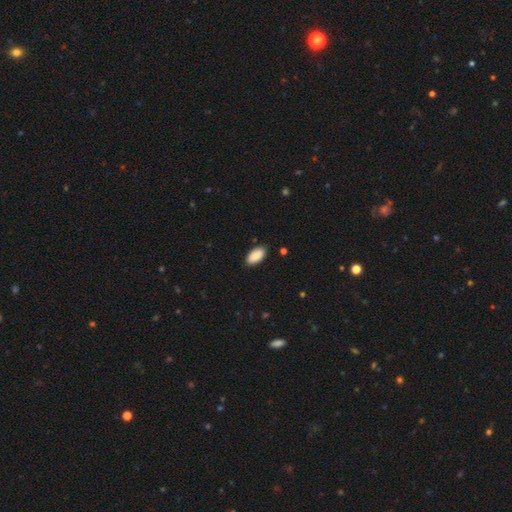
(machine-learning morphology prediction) A smooth galaxy with no disk features (88%) that is in between round and cigar-shaped (95%).

Vote fractions:
- Smooth or featured? smooth: 88% / star or artifact: 6% / featured or disk: 5%
- How rounded? in between: 95% / cigar-shaped: 3% / round: 2%
- Merging? none: 87% / minor disturbance: 10% / major disturbance: 2% / merger: 1%